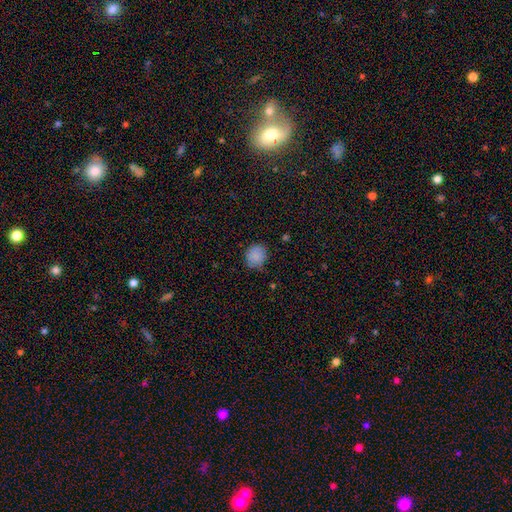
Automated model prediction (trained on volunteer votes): Smooth or featured? smooth (86%)
How rounded? round (81%)
Merging? none (80%)